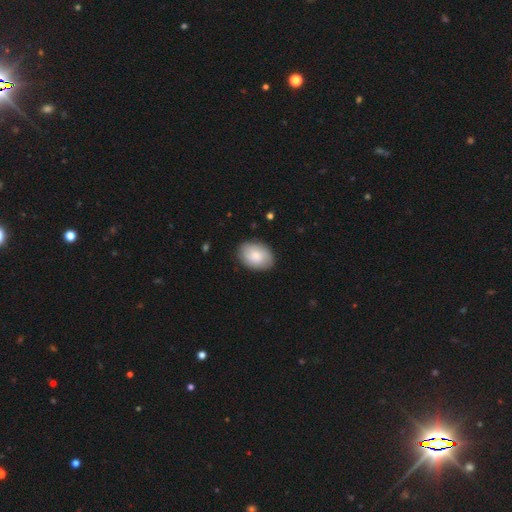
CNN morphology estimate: Overall: smooth (79%). How rounded: in between (77%). Merging: none (86%).